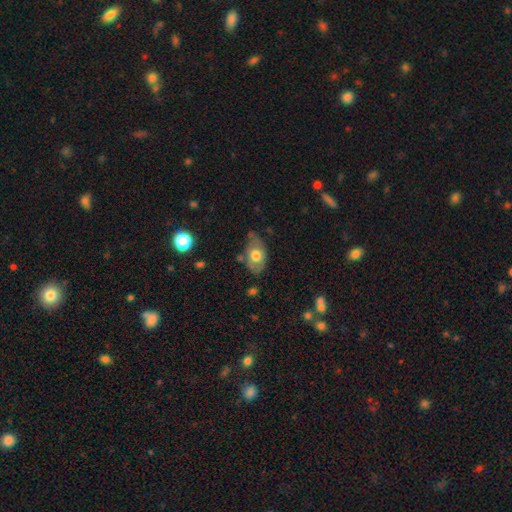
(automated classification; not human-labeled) Smooth or featured: smooth — 59% (featured or disk — 34%)
How rounded: in between — 87% (round — 11%)
Merging: none — 60% (minor disturbance — 29%)